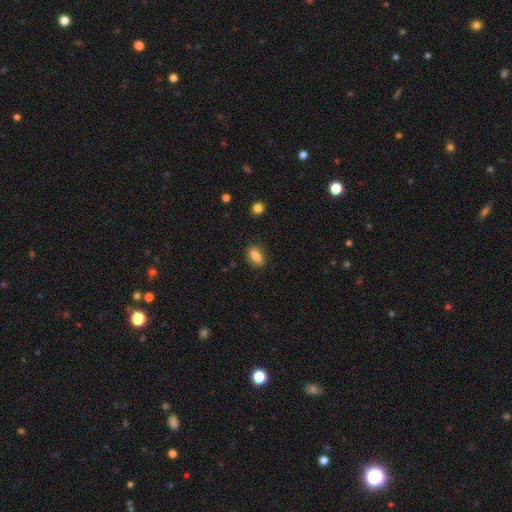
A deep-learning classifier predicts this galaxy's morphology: This is clearly a smooth galaxy (86%). How rounded: clearly in between (86%). Merging: clearly none (83%).